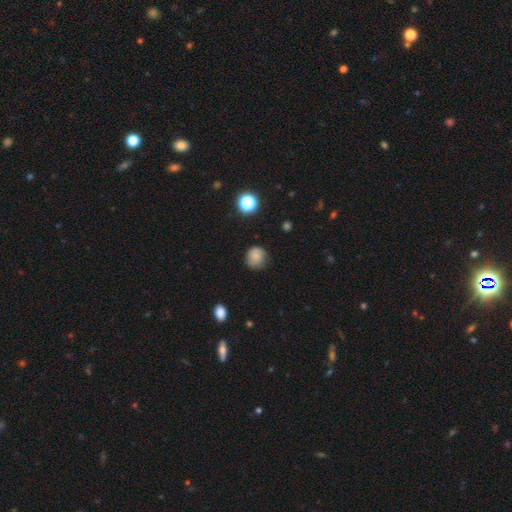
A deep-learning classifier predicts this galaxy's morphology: smooth-or-featured: smooth: 81% | star or artifact: 11% | featured or disk: 7%
  how-rounded: round: 85% | in between: 14% | cigar-shaped: 1%
  merging: none: 73% | minor disturbance: 21% | major disturbance: 5% | merger: 1%